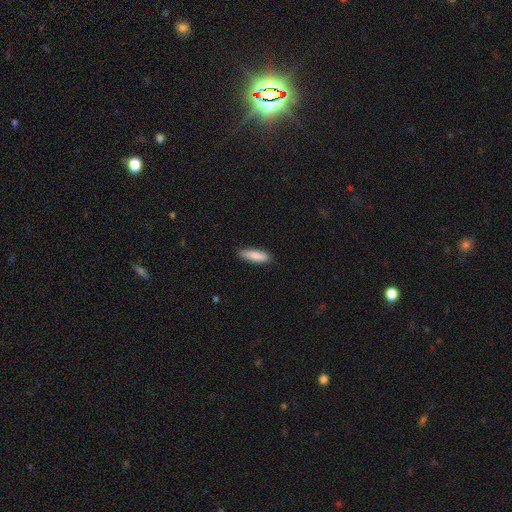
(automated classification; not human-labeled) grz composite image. It shows a smooth galaxy with no disk features (86%) that is cigar-shaped (54%). Merging: none (84%).